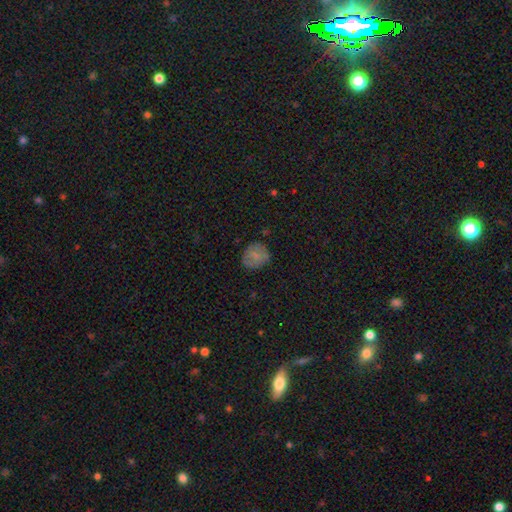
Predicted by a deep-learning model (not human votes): Q: Smooth or featured?
A: smooth (75%); runner-up: featured or disk (15%)
Q: How rounded?
A: round (76%); runner-up: in between (23%)
Q: Merging?
A: none (78%); runner-up: minor disturbance (16%)